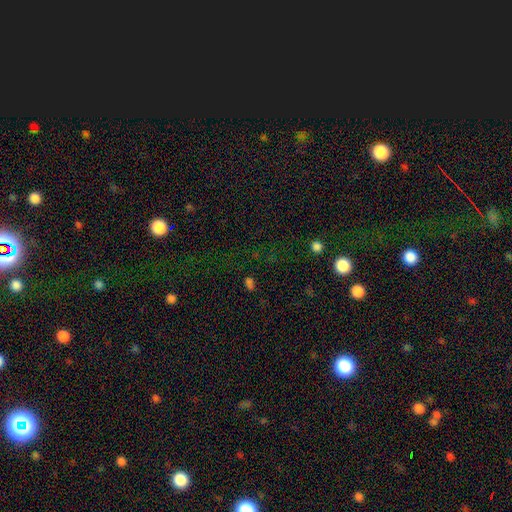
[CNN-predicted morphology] This appears to be a star or artifact, not a galaxy (68%).